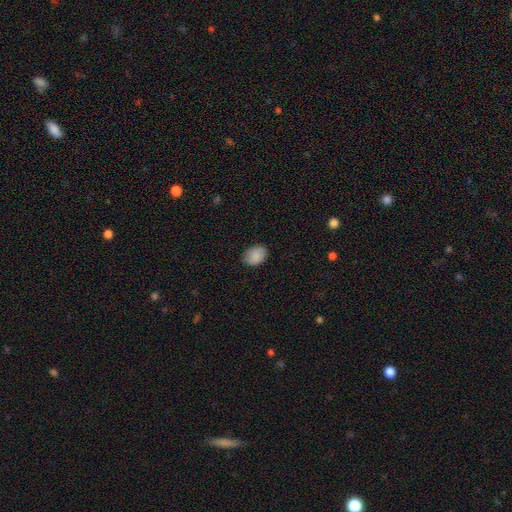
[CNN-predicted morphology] Overall: smooth (87%). How rounded: in between (72%). Merging: none (83%).